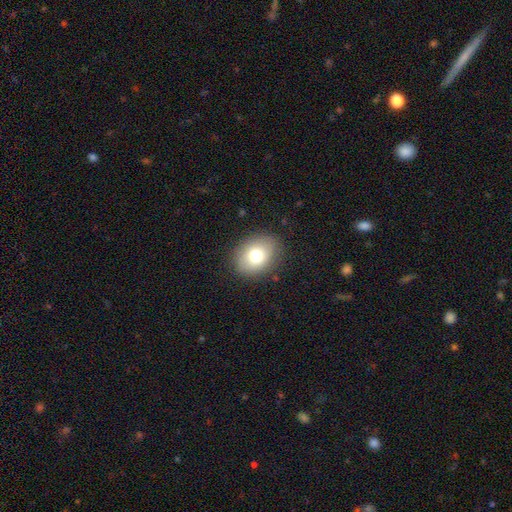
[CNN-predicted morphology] Overall: smooth (74%). How rounded: in between (60%; round 39%). Merging: none (85%).